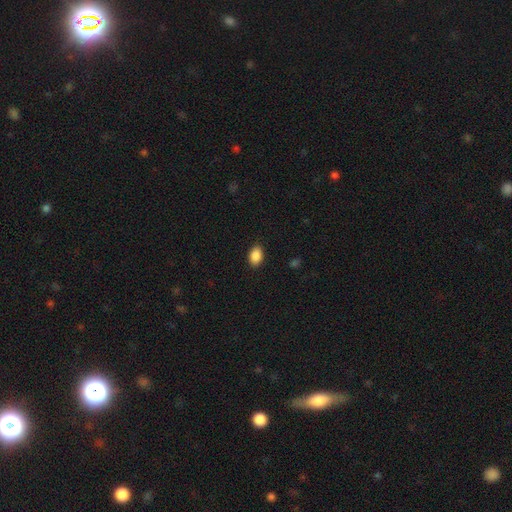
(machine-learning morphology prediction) This is clearly a smooth galaxy (89%). How rounded: clearly in between (86%). Merging: clearly none (89%).